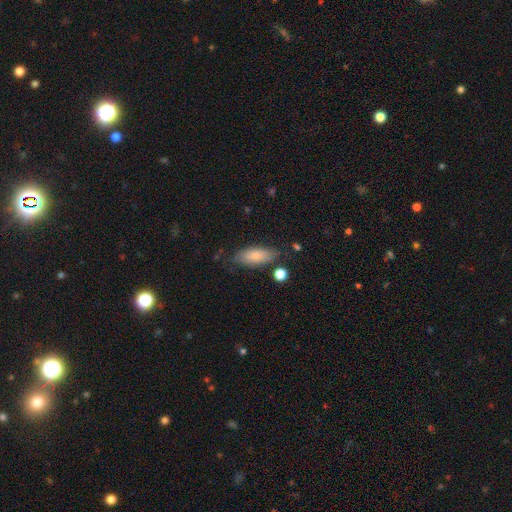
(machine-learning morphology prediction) Smooth or featured: smooth — 80% (featured or disk — 13%)
How rounded: in between — 80% (cigar-shaped — 18%)
Merging: none — 74% (minor disturbance — 18%)